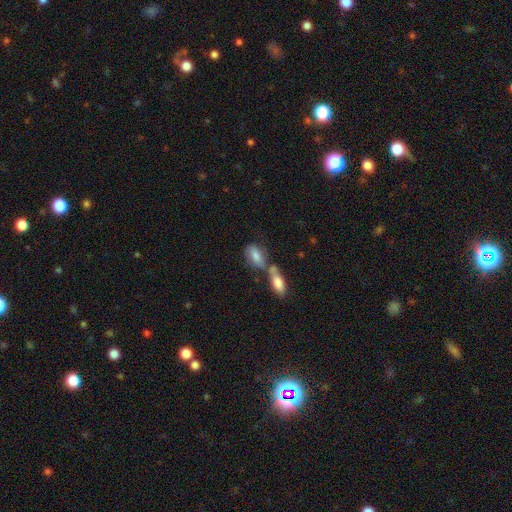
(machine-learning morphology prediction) Smooth or featured? smooth (74%)
How rounded? in between (87%)
Merging? merger (49%)